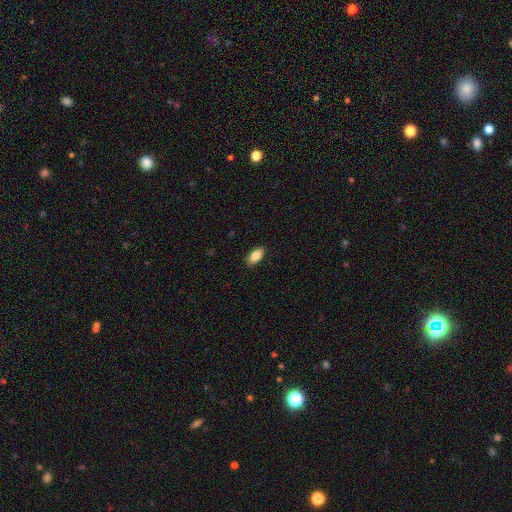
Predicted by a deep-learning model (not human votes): Morphology: type=smooth (82%); roundness=in between (88%); merging=none (88%).